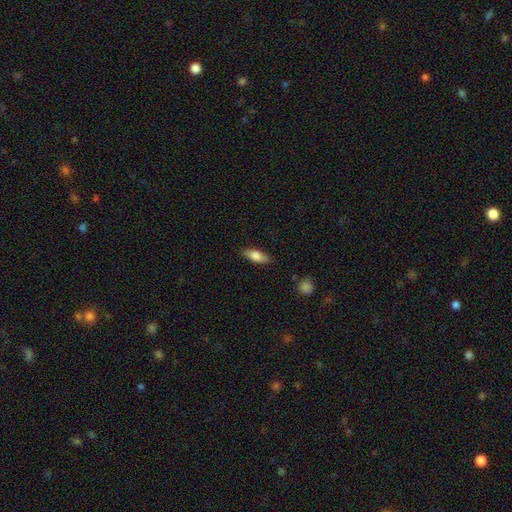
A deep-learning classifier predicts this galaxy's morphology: Smooth or featured? Predicted: smooth (p=0.79). How rounded? Predicted: in between (p=0.71). Merging? Predicted: none (p=0.85).